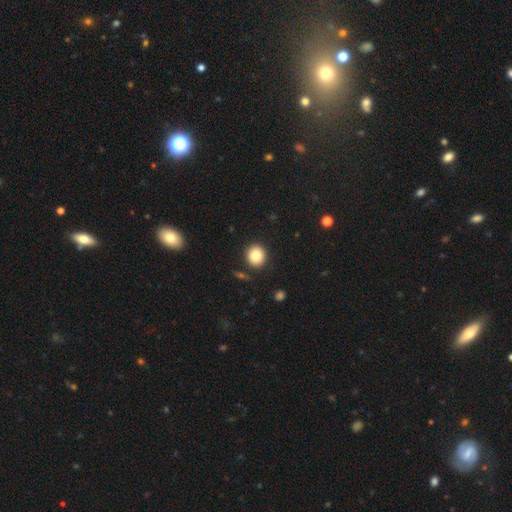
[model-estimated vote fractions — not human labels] This appears to be a smooth galaxy with no disk features (82%) that is round (85%). Merging: none (89%).